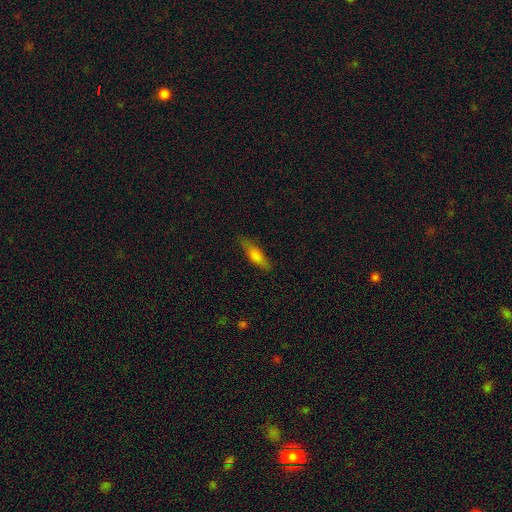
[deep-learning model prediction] Smooth or featured? smooth (69%)
How rounded? cigar-shaped (59%)
Merging? none (81%)